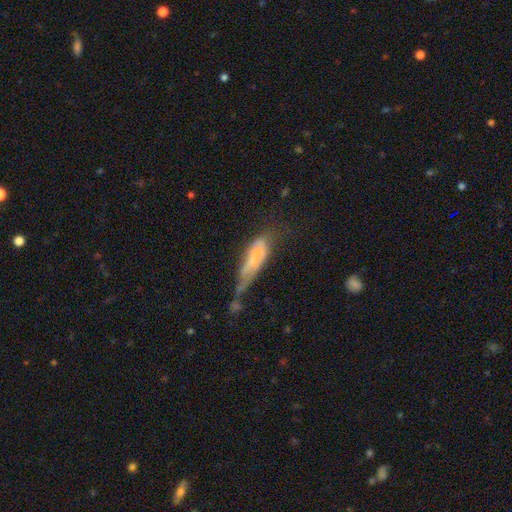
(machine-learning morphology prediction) type=smooth (46%); merging=major disturbance (36%).